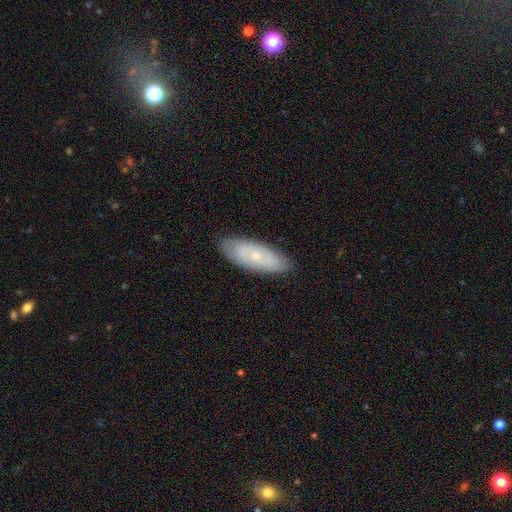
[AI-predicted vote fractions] Smooth or featured? Predicted: smooth (p=0.49). Merging? Predicted: none (p=0.84).